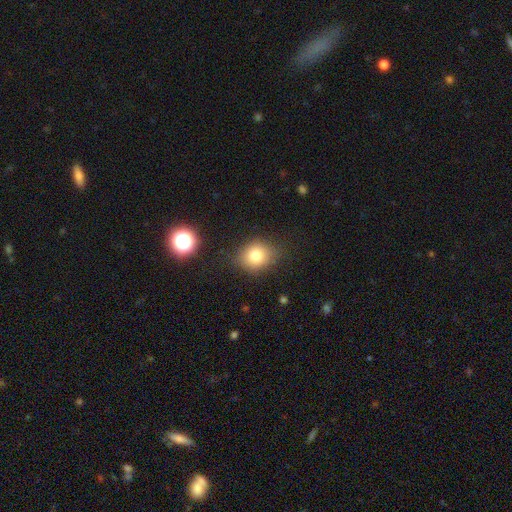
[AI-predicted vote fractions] smooth-or-featured: smooth: 77% | star or artifact: 13% | featured or disk: 10%
  how-rounded: round: 66% | in between: 33% | cigar-shaped: 1%
  merging: none: 78% | minor disturbance: 16% | major disturbance: 4% | merger: 2%